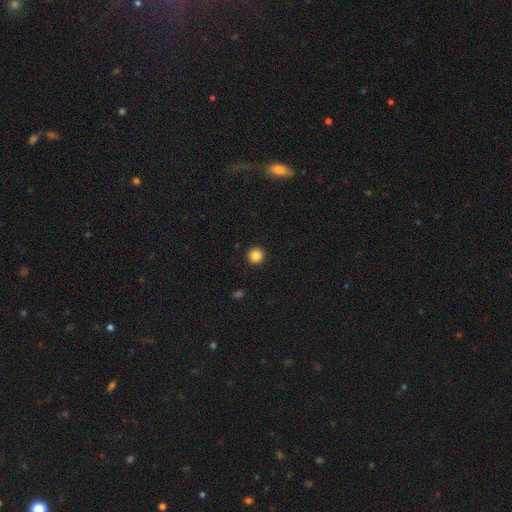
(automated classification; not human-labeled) A smooth galaxy with no disk features (85%) that is round (95%). Merging: none (93%).